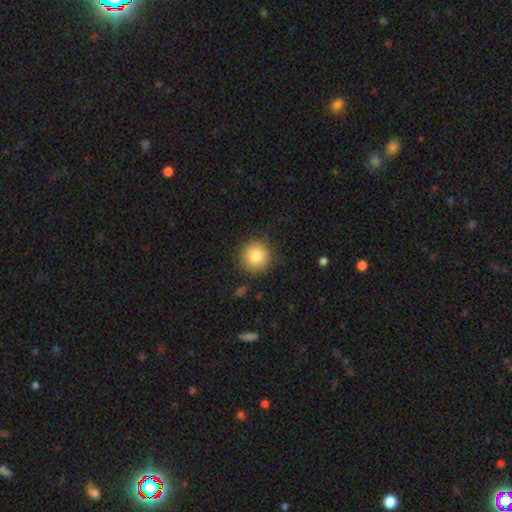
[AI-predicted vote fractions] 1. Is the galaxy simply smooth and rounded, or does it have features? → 82% smooth, 9% star or artifact, 8% featured or disk.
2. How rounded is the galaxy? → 95% round, 4% in between, 1% cigar-shaped.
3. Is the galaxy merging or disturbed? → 87% none, 9% minor disturbance, 3% major disturbance, 1% merger.